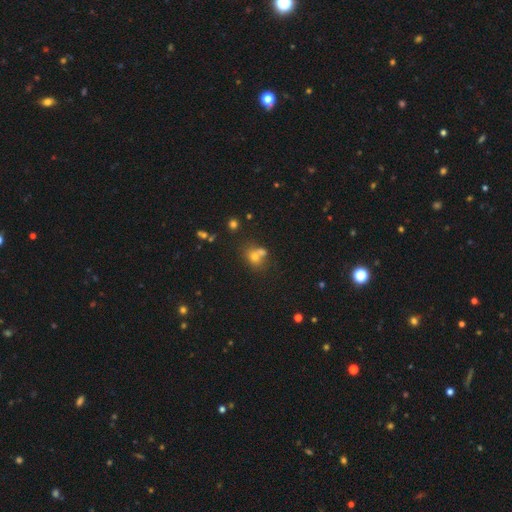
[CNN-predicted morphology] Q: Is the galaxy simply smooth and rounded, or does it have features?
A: smooth — 67%.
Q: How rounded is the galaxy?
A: round — 57%.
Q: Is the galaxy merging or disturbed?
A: merger — 49%.